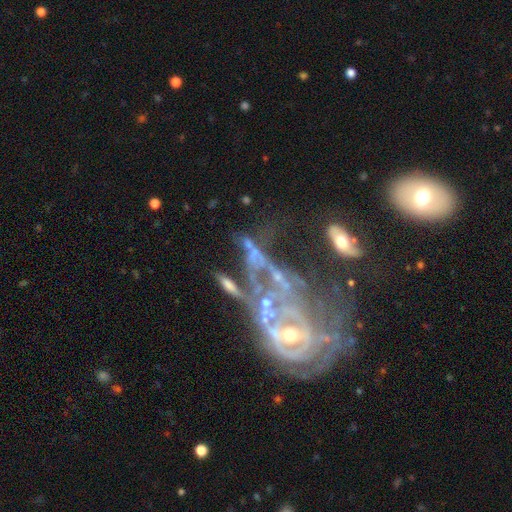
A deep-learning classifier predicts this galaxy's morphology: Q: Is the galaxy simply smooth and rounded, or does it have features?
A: featured or disk — 67%.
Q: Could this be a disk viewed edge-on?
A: no — 93%.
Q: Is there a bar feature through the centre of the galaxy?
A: no — 78%.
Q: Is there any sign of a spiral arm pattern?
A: no — 61%.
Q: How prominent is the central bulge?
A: moderate — 34%.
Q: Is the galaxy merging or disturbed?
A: major disturbance — 34%.